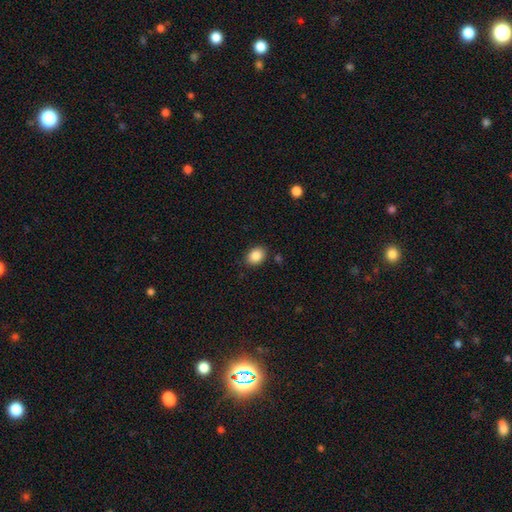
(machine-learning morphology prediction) Smooth or featured? smooth (87%)
How rounded? in between (69%)
Merging? none (86%)